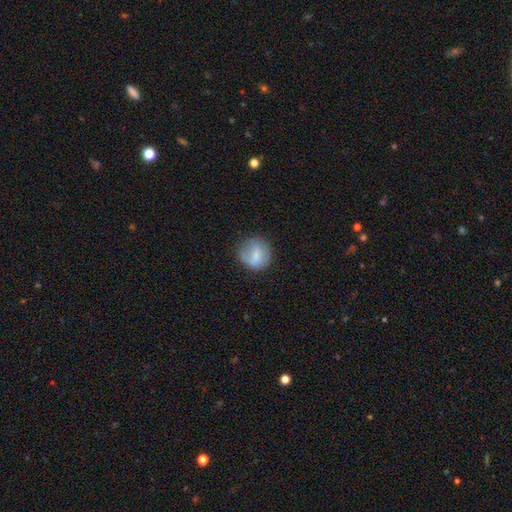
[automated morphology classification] The model was most divided on "smooth or featured": smooth: 66%, featured or disk: 25%, star or artifact: 8%. More confident: how rounded — round (86%); merging — none (66%).